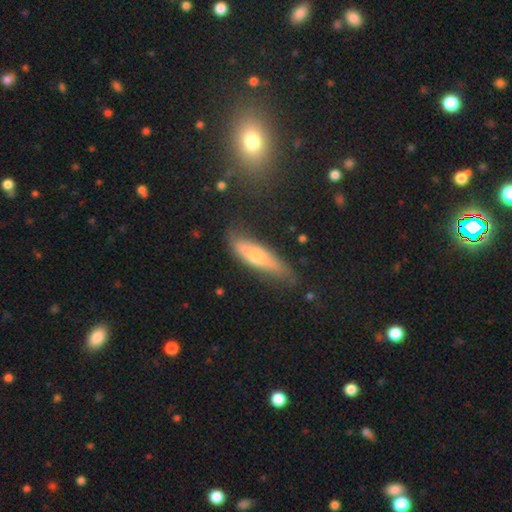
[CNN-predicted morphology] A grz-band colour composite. It shows a smooth galaxy with no disk features (56%) that is cigar-shaped (69%). Merging: none (65%).